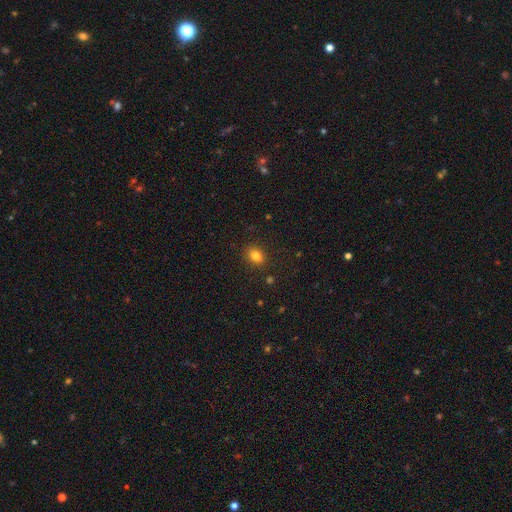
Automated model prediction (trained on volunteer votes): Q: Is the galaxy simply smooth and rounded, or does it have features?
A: smooth — 81%.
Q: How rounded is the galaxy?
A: round — 51%.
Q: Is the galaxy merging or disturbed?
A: none — 87%.